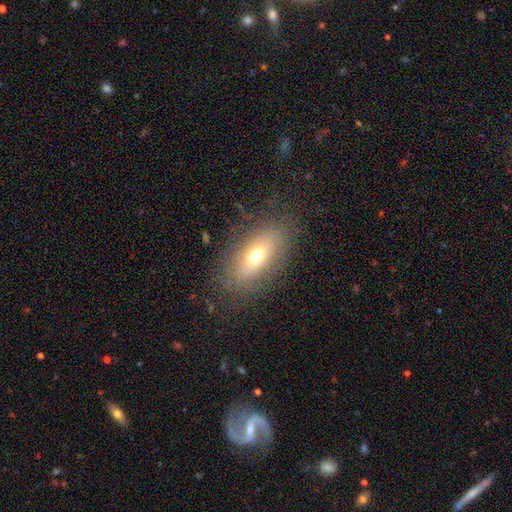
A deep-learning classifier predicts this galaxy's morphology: Overall: smooth (62%; featured or disk 27%). How rounded: in between (82%). Merging: none (80%).